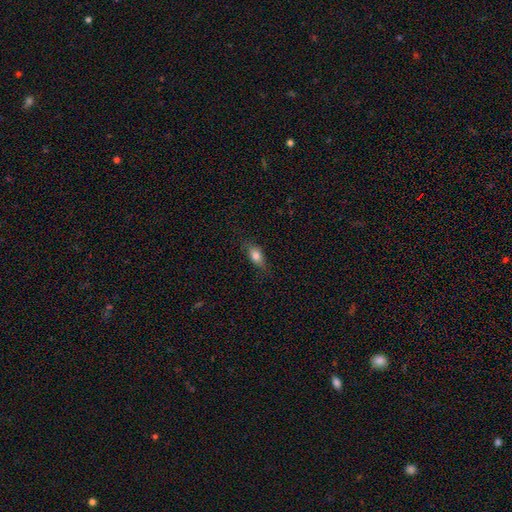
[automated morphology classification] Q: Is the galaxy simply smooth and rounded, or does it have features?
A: smooth — 79%.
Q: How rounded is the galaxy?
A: in between — 82%.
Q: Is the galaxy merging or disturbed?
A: none — 74%.